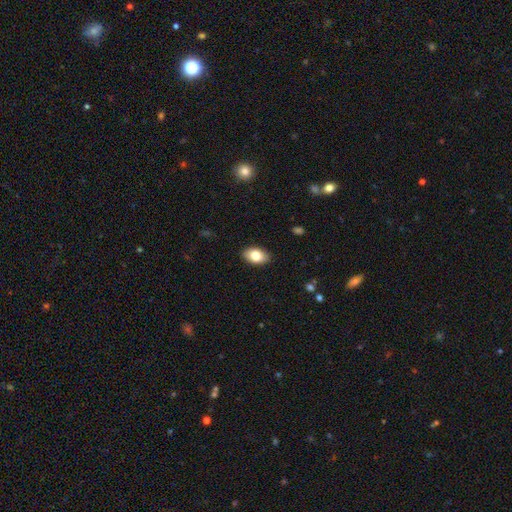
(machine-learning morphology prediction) Smooth or featured?
  - smooth: 81% *
  - featured or disk: 11%
  - star or artifact: 7%
How rounded?
  - in between: 90% *
  - round: 8%
  - cigar-shaped: 1%
Merging?
  - none: 88% *
  - minor disturbance: 9%
  - major disturbance: 2%
  - merger: 1%